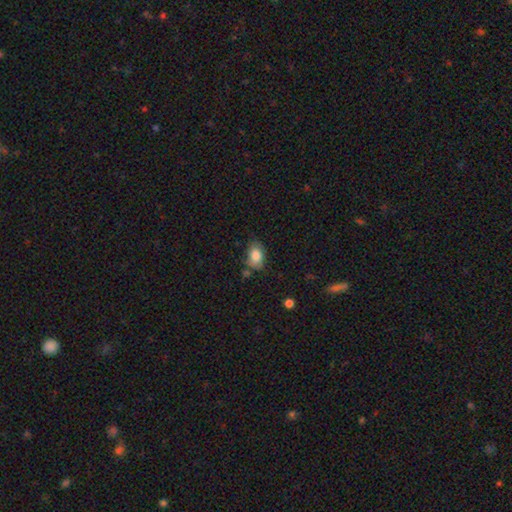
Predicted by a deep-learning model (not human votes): This appears to be a smooth galaxy with no disk features (83%) that is in between round and cigar-shaped (86%). Merging: none (69%).